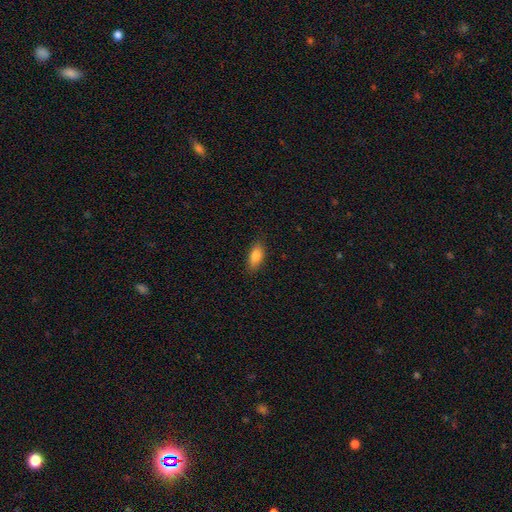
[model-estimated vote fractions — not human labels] Smooth or featured: smooth — 83% (featured or disk — 9%)
How rounded: in between — 83% (cigar-shaped — 13%)
Merging: none — 84% (minor disturbance — 12%)